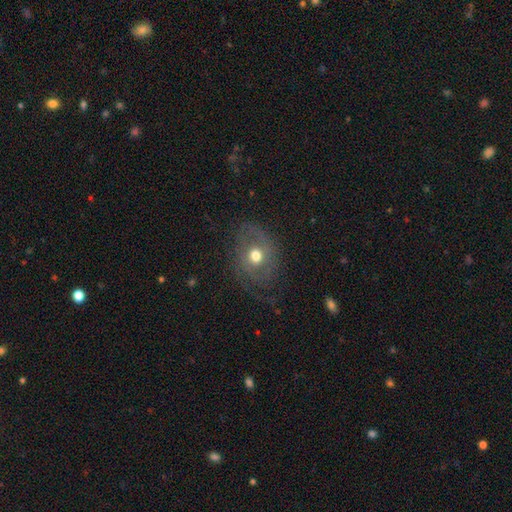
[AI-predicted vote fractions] Smooth or featured? featured or disk (58%)
Edge-on disk? no (95%)
Bar? no (77%)
Spiral arms? yes (65%)
Bulge size? moderate (78%)
Merging? none (65%)